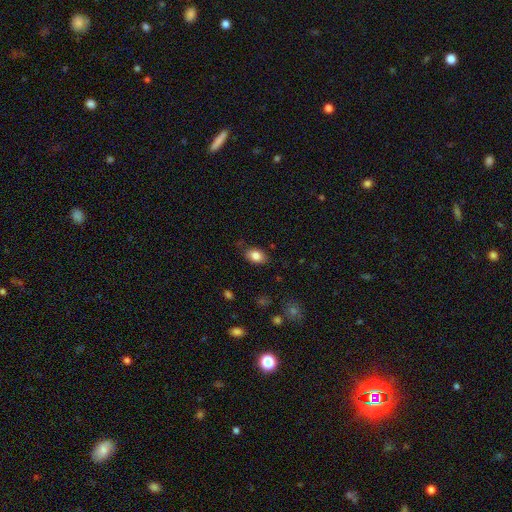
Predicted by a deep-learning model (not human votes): A smooth galaxy with no disk features (84%) that is in between round and cigar-shaped (84%).

Vote fractions:
- Smooth or featured? smooth: 84% / star or artifact: 8% / featured or disk: 8%
- How rounded? in between: 84% / round: 14% / cigar-shaped: 1%
- Merging? none: 79% / minor disturbance: 16% / major disturbance: 4% / merger: 2%